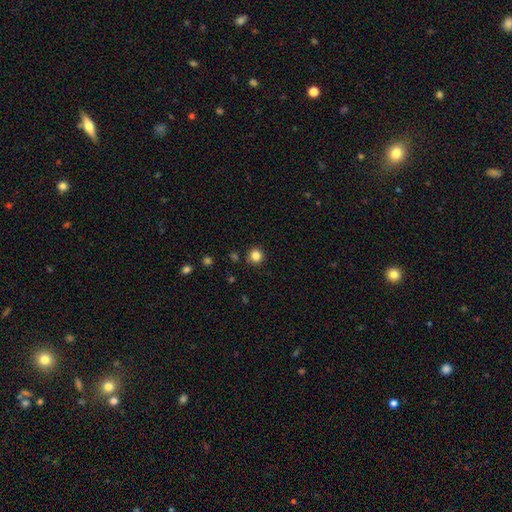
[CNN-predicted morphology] This appears to be a smooth galaxy with no disk features (83%) that is round (94%). Merging: none (90%).